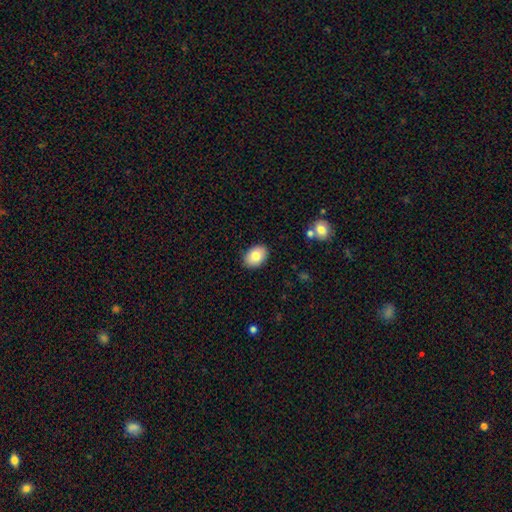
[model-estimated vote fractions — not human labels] Smooth or featured? smooth (81%)
How rounded? in between (81%)
Merging? none (88%)